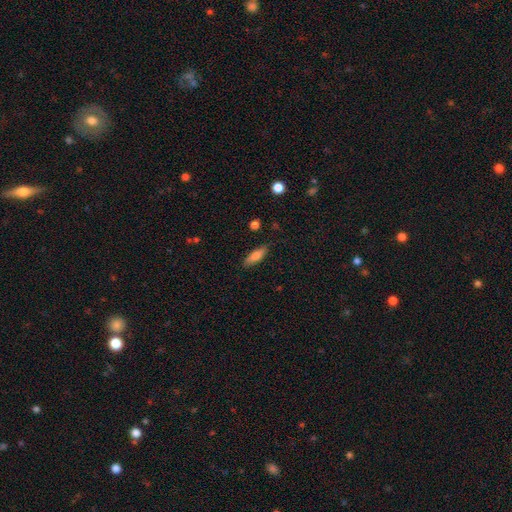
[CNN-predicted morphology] smooth-or-featured: smooth: 74% | featured or disk: 19% | star or artifact: 7%
  how-rounded: cigar-shaped: 51% | in between: 46% | round: 2%
  merging: none: 84% | minor disturbance: 12% | major disturbance: 2% | merger: 1%